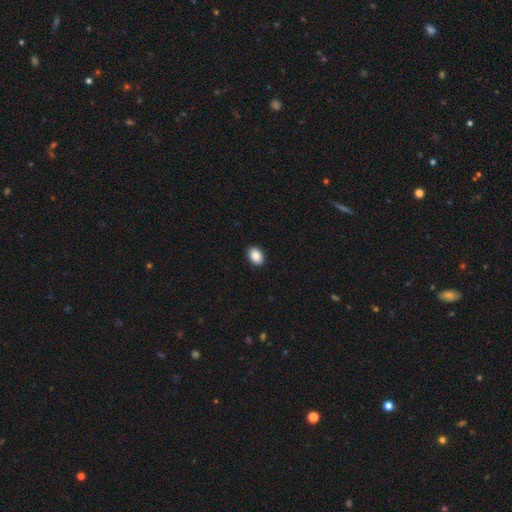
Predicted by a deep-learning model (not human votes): Smooth or featured?
  - smooth: 86% *
  - star or artifact: 8%
  - featured or disk: 6%
How rounded?
  - in between: 79% *
  - round: 20%
  - cigar-shaped: 1%
Merging?
  - none: 91% *
  - minor disturbance: 6%
  - major disturbance: 1%
  - merger: 1%